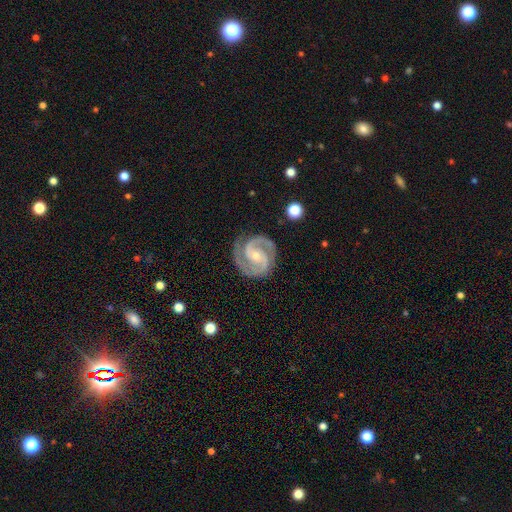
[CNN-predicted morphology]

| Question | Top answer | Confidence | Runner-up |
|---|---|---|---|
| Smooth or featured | featured or disk | 93% | star or artifact (4%) |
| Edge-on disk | no | 98% | yes (2%) |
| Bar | no | 47% | weak (34%) |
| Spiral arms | yes | 99% | no (1%) |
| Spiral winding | tight | 52% | medium (43%) |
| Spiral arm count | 2 | 91% | 3 (4%) |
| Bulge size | small | 66% | moderate (31%) |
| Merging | none | 84% | minor disturbance (12%) |